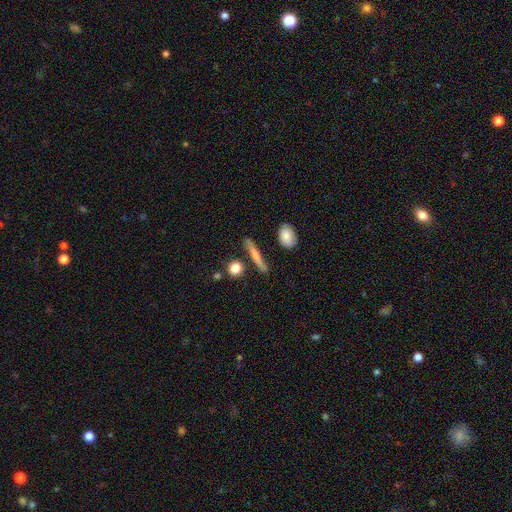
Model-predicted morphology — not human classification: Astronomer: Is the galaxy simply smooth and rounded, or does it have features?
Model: smooth — 71%.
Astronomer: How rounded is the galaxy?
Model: cigar-shaped — 77%.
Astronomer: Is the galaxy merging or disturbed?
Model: none — 83%.